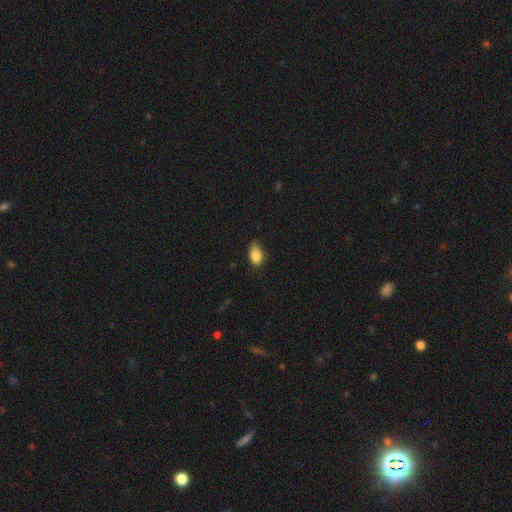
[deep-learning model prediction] Smooth or featured?
  - smooth: 86% *
  - star or artifact: 8%
  - featured or disk: 6%
How rounded?
  - in between: 88% *
  - round: 10%
  - cigar-shaped: 2%
Merging?
  - none: 63% *
  - minor disturbance: 30%
  - major disturbance: 5%
  - merger: 1%